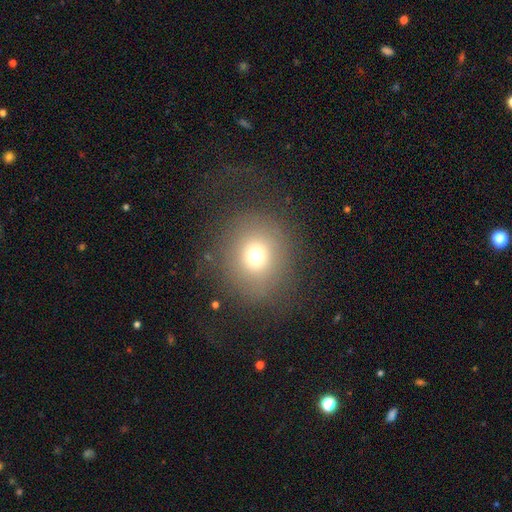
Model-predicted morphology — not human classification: Smooth or featured: smooth — 70% (star or artifact — 17%)
How rounded: round — 83% (in between — 16%)
Merging: none — 77% (minor disturbance — 11%)